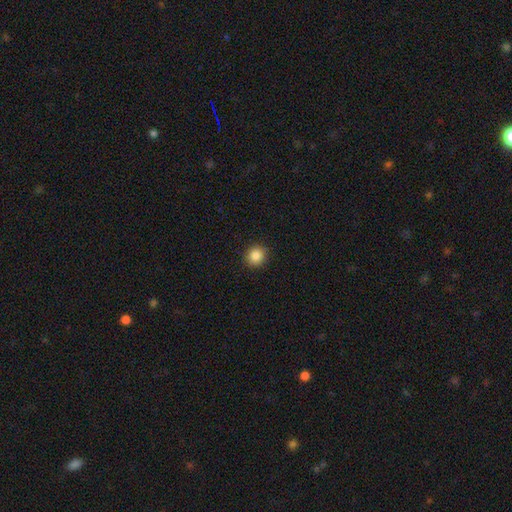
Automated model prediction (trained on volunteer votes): This appears to be a smooth galaxy with no disk features (86%) that is round (87%). Merging: none (91%).